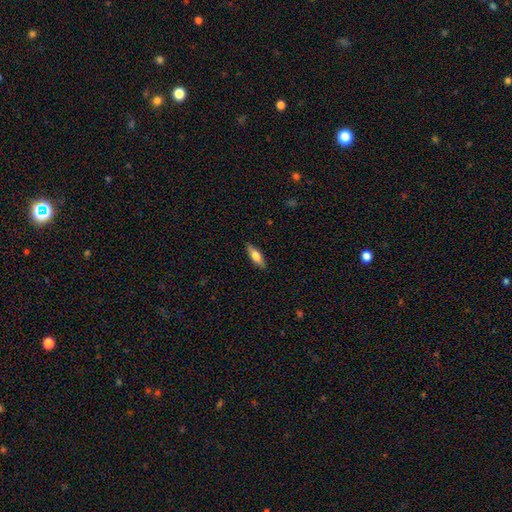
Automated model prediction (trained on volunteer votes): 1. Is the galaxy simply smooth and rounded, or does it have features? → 65% smooth, 29% featured or disk, 6% star or artifact.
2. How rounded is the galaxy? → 52% in between, 46% cigar-shaped, 2% round.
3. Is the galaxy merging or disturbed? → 87% none, 10% minor disturbance, 2% major disturbance, 1% merger.